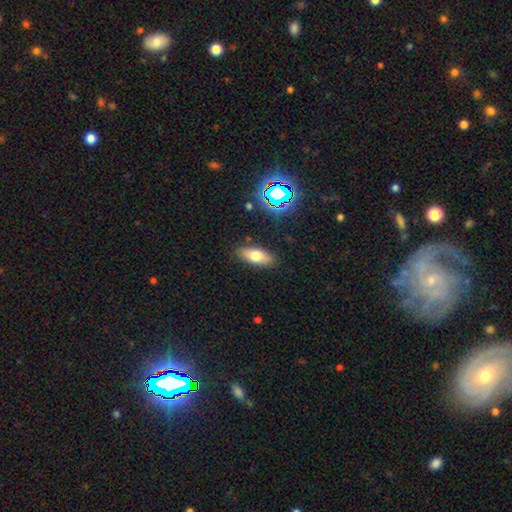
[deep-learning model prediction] Smooth or featured? Predicted: smooth (p=0.70). How rounded? Predicted: in between (p=0.78). Merging? Predicted: none (p=0.86).